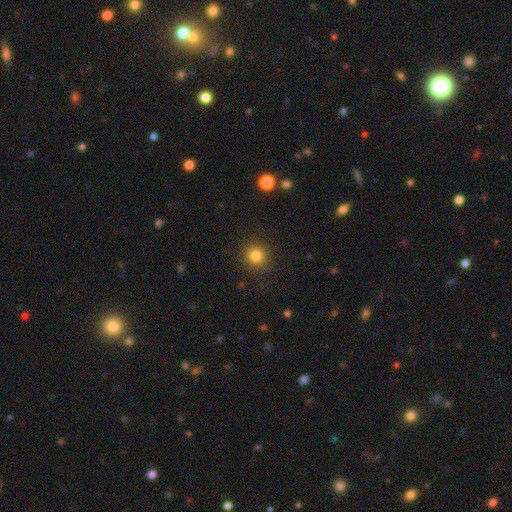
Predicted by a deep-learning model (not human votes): Smooth or featured? smooth (82%)
How rounded? round (90%)
Merging? none (88%)